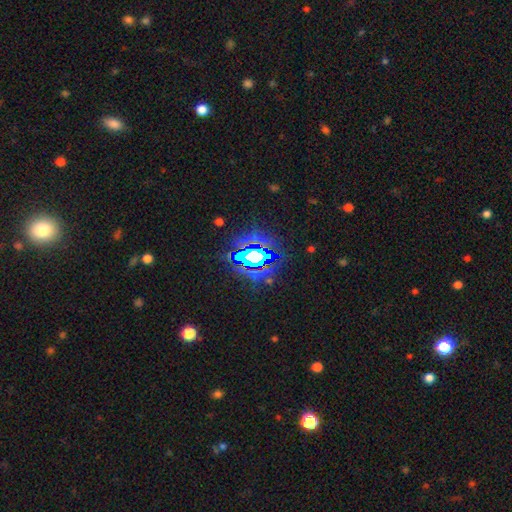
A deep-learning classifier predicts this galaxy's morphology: Smooth or featured? Predicted: star or artifact (p=0.75).